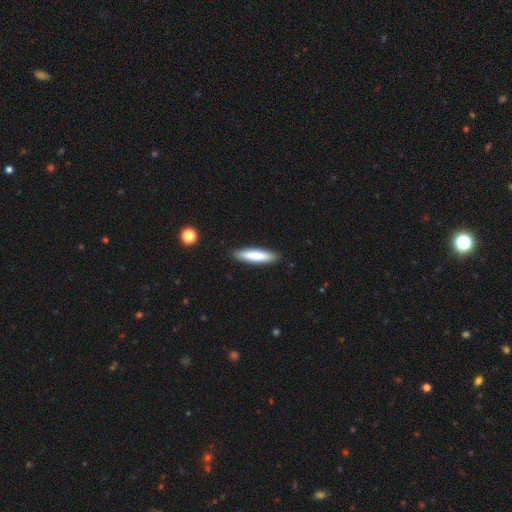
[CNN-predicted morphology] type=smooth (80%); roundness=cigar-shaped (83%); merging=none (90%).